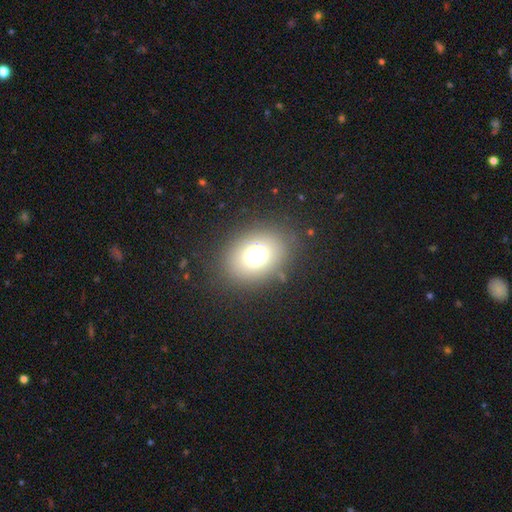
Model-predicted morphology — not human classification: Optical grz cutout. It shows a smooth galaxy with no disk features (70%) that is in between round and cigar-shaped (55%). Merging: none (83%).